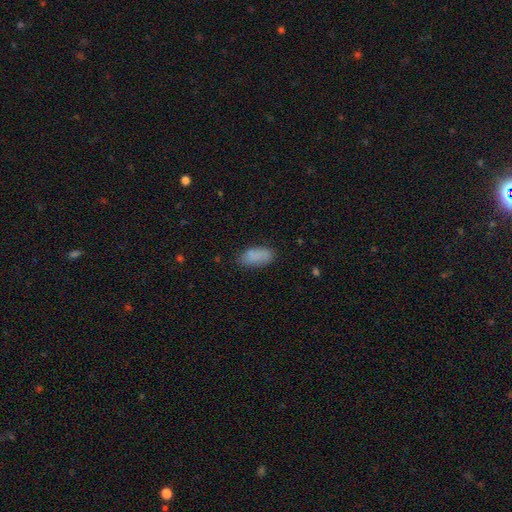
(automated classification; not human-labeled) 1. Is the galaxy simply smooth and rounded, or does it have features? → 85% smooth, 8% star or artifact, 7% featured or disk.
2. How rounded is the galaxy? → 88% in between, 9% cigar-shaped, 2% round.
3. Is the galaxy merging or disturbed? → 75% none, 18% minor disturbance, 4% major disturbance, 2% merger.